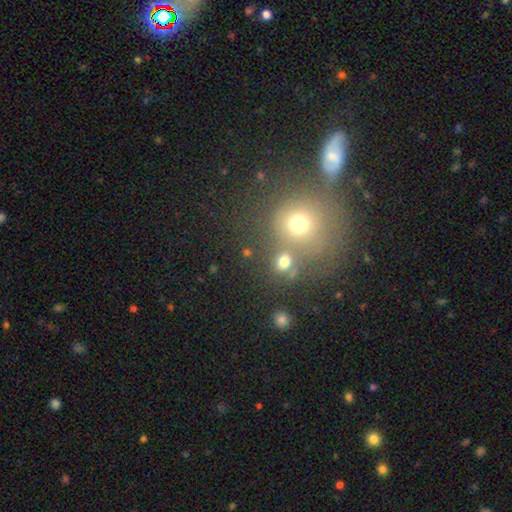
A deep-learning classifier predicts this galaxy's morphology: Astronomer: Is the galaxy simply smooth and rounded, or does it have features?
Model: smooth — 53% (runner-up: star or artifact, 32%).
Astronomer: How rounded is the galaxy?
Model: round — 88%.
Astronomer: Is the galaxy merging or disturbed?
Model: none — 61%.